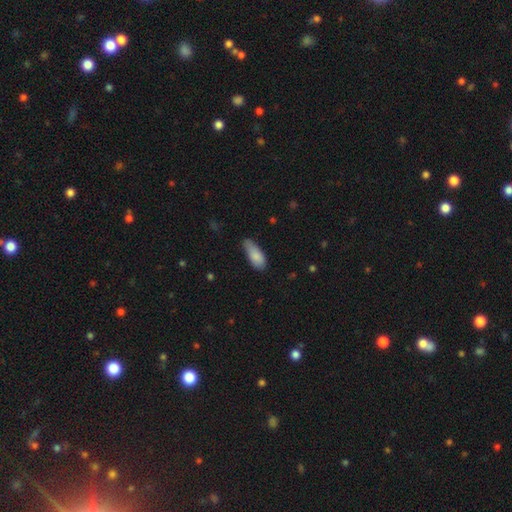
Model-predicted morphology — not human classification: Smooth or featured: smooth — 85% (featured or disk — 9%)
How rounded: in between — 81% (cigar-shaped — 17%)
Merging: none — 48% (minor disturbance — 41%)